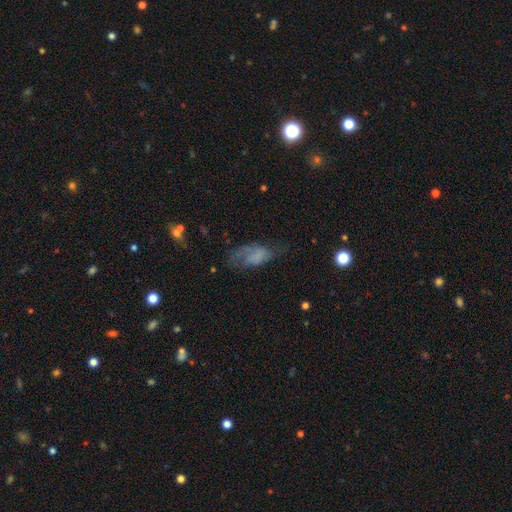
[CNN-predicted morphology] Smooth or featured?
  - smooth: 49% *
  - featured or disk: 39%
  - star or artifact: 12%
Merging?
  - none: 38% *
  - major disturbance: 31%
  - minor disturbance: 28%
  - merger: 3%